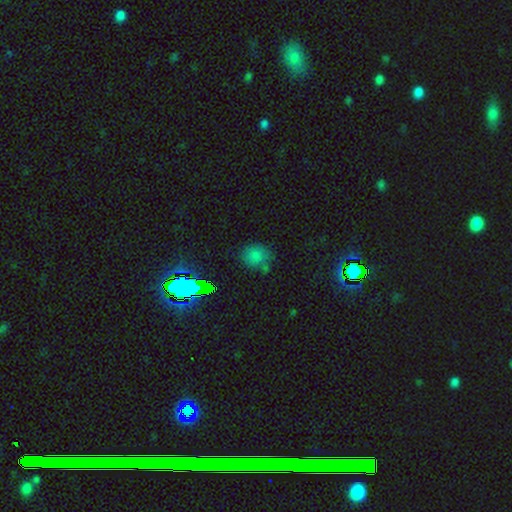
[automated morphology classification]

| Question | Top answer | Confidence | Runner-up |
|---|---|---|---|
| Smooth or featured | smooth | 70% | star or artifact (23%) |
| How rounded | round | 81% | in between (18%) |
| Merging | none | 67% | minor disturbance (20%) |